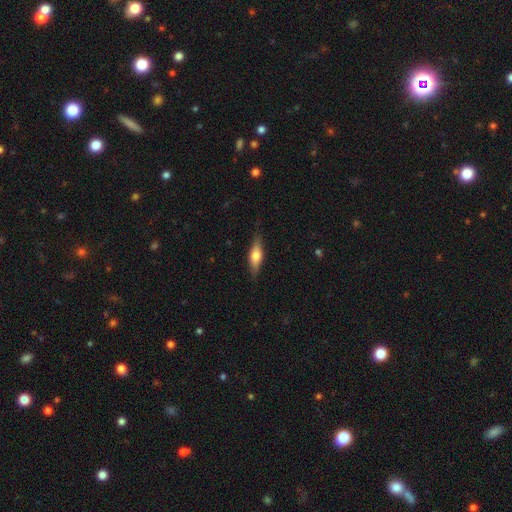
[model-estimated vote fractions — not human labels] This is possibly a smooth galaxy (55%). How rounded: possibly cigar-shaped (52%). Merging: clearly none (83%).